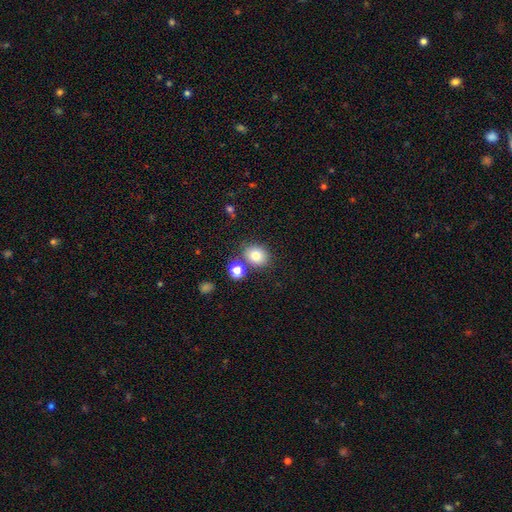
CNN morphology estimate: smooth_or_featured: smooth (p=0.77) [alt: star or artifact p=0.13]
how_rounded: round (p=0.72) [alt: in between p=0.27]
merging: none (p=0.72) [alt: merger p=0.14]